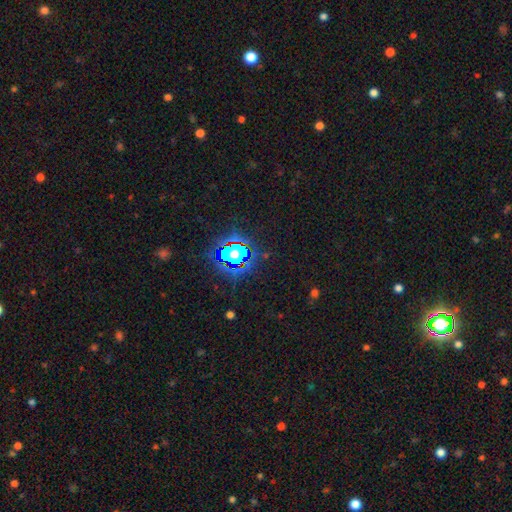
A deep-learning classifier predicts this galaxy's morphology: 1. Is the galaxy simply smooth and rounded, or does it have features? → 82% star or artifact, 11% smooth, 7% featured or disk.